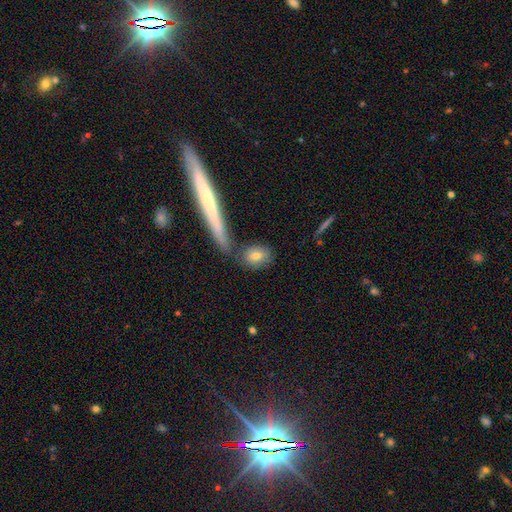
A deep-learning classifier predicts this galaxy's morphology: A smooth galaxy with no disk features (76%) that is in between round and cigar-shaped (54%).

Vote fractions:
- Smooth or featured? smooth: 76% / featured or disk: 17% / star or artifact: 8%
- How rounded? in between: 54% / round: 31% / cigar-shaped: 14%
- Merging? none: 70% / merger: 13% / minor disturbance: 12% / major disturbance: 4%